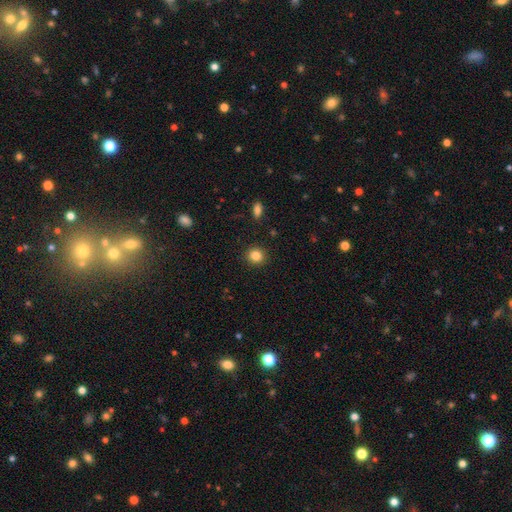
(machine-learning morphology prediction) type=smooth (84%); roundness=round (88%); merging=none (92%).